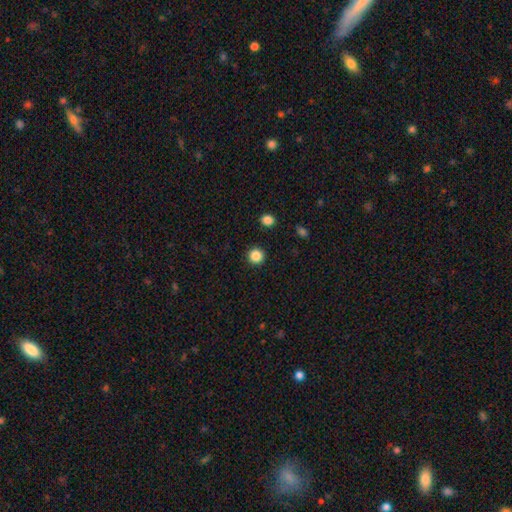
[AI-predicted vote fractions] The model was most divided on "smooth or featured": smooth: 86%, star or artifact: 11%, featured or disk: 3%. More confident: how rounded — round (95%); merging — none (93%).